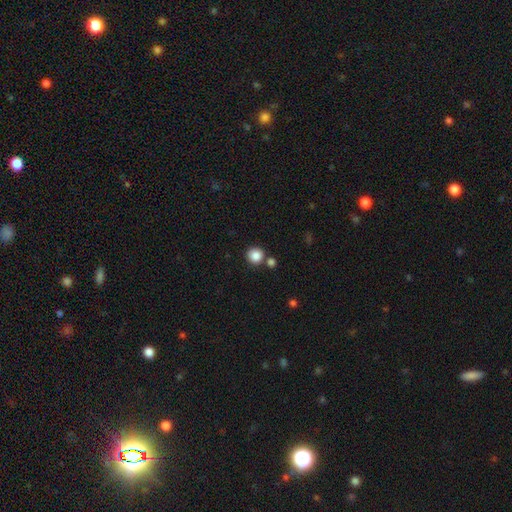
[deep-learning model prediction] A smooth galaxy with no disk features (86%) that is round (92%).

Vote fractions:
- Smooth or featured? smooth: 86% / star or artifact: 10% / featured or disk: 4%
- How rounded? round: 92% / in between: 7% / cigar-shaped: 1%
- Merging? none: 74% / merger: 15% / minor disturbance: 8% / major disturbance: 3%